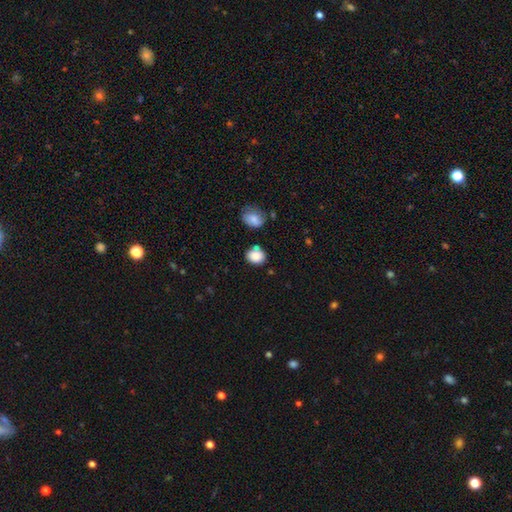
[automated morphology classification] smooth 85%, star or artifact 9%, featured or disk 6%. Down the decision tree: how rounded — round (59%); merging — none (67%).